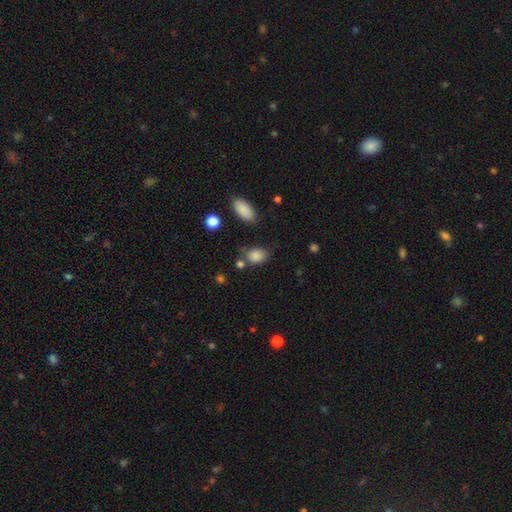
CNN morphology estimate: The model was most divided on "how rounded": in between: 73%, round: 26%, cigar-shaped: 2%. More confident: smooth or featured — smooth (85%); merging — none (67%).